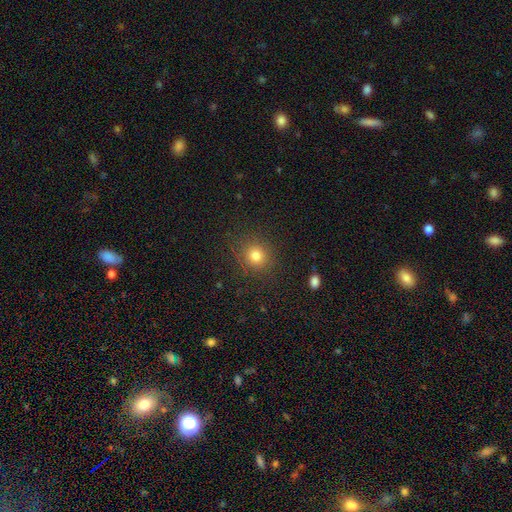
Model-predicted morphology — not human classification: Smooth or featured: smooth — 81% (star or artifact — 13%)
How rounded: round — 85% (in between — 14%)
Merging: none — 87% (minor disturbance — 8%)